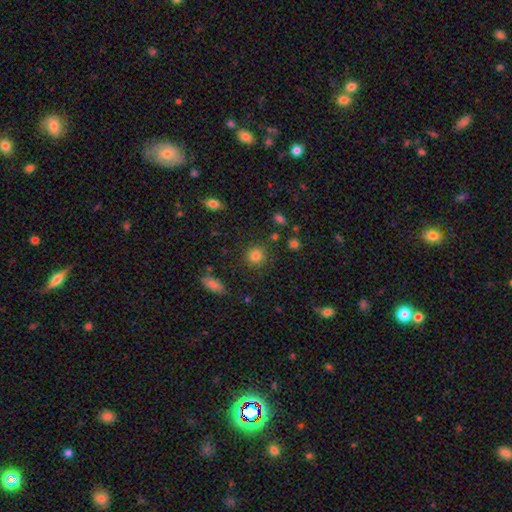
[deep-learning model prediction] Smooth or featured: smooth — 80% (star or artifact — 13%)
How rounded: round — 89% (in between — 10%)
Merging: none — 85% (minor disturbance — 10%)